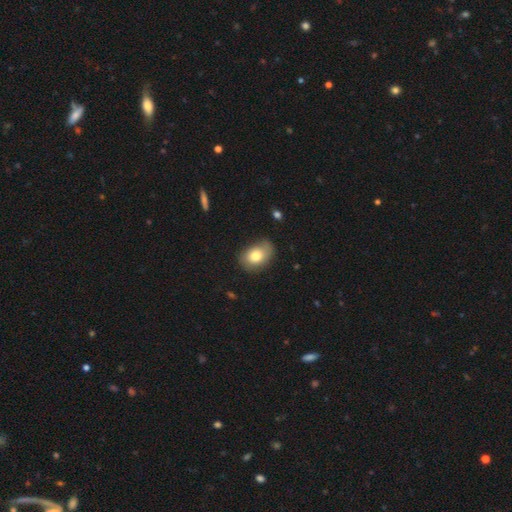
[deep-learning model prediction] smooth-or-featured: smooth: 76% | featured or disk: 16% | star or artifact: 8%
  how-rounded: in between: 76% | round: 23% | cigar-shaped: 1%
  merging: none: 73% | minor disturbance: 21% | major disturbance: 5% | merger: 2%